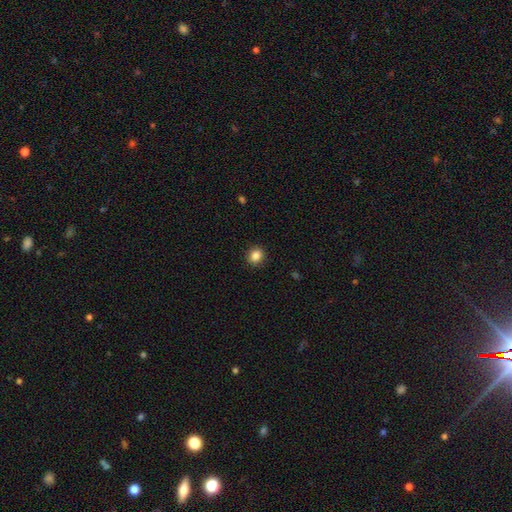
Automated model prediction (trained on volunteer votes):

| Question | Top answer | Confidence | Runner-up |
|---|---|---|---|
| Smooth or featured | smooth | 85% | star or artifact (10%) |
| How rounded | round | 83% | in between (16%) |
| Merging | none | 91% | minor disturbance (6%) |